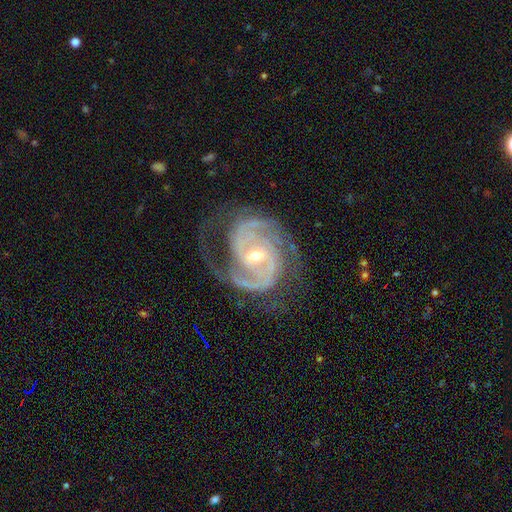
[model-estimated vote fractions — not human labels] A featured or disk galaxy (93%) with a weak bar (43%), 2 (63%) tight (50%) spiral arms (99%) and a small central bulge (53%). Merging: none (68%).